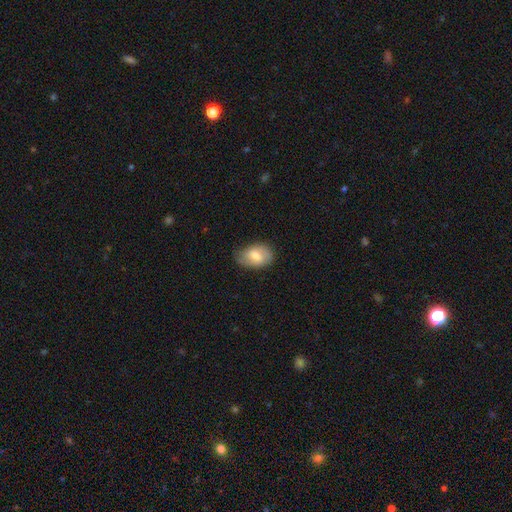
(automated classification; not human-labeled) Q: Smooth or featured?
A: smooth (60%); runner-up: featured or disk (34%)
Q: How rounded?
A: in between (85%); runner-up: round (13%)
Q: Merging?
A: none (72%); runner-up: minor disturbance (22%)